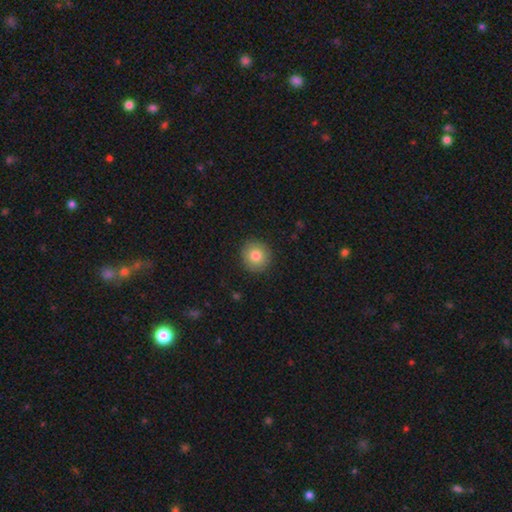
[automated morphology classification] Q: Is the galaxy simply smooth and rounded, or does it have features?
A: smooth — 82%.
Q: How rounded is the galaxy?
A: round — 92%.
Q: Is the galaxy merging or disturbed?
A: none — 91%.